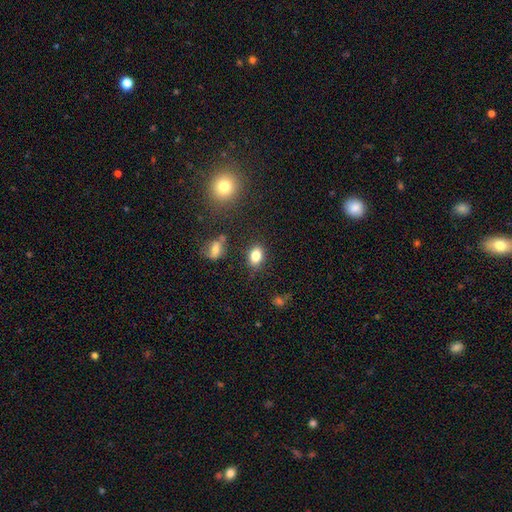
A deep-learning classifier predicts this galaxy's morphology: A smooth galaxy with no disk features (82%) that is in between round and cigar-shaped (74%).

Vote fractions:
- Smooth or featured? smooth: 82% / star or artifact: 10% / featured or disk: 7%
- How rounded? in between: 74% / round: 24% / cigar-shaped: 1%
- Merging? none: 81% / minor disturbance: 12% / major disturbance: 3% / merger: 3%